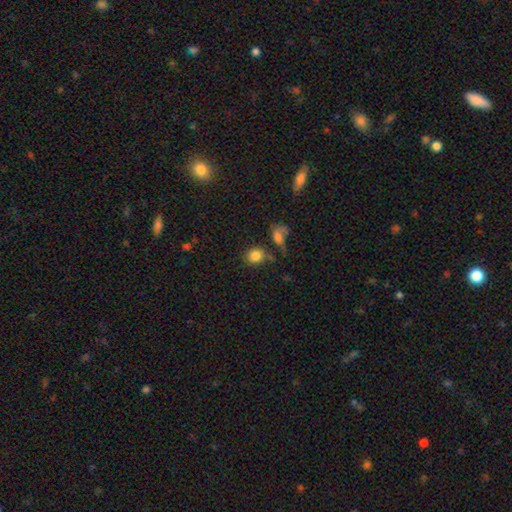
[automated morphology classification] Smooth or featured? smooth (83%)
How rounded? round (73%)
Merging? none (61%)